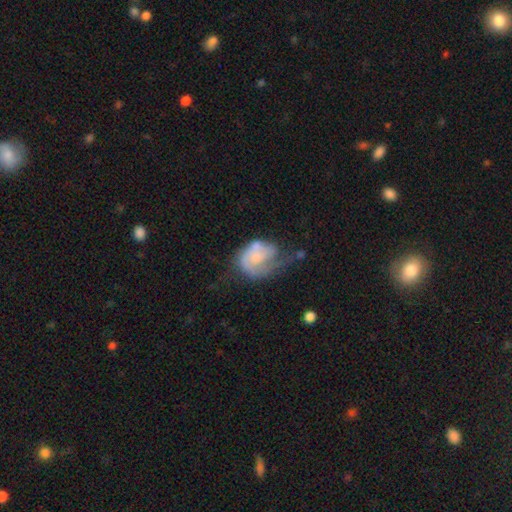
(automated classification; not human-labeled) Smooth or featured? featured or disk (58%)
Edge-on disk? no (98%)
Bar? no (76%)
Spiral arms? yes (73%)
Bulge size? small (32%)
Merging? major disturbance (43%)